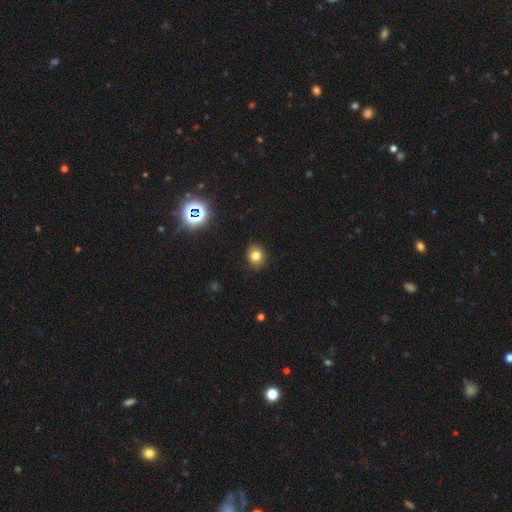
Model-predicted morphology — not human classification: Q: Smooth or featured?
A: smooth (78%); runner-up: star or artifact (15%)
Q: How rounded?
A: round (70%); runner-up: in between (29%)
Q: Merging?
A: none (90%); runner-up: minor disturbance (7%)